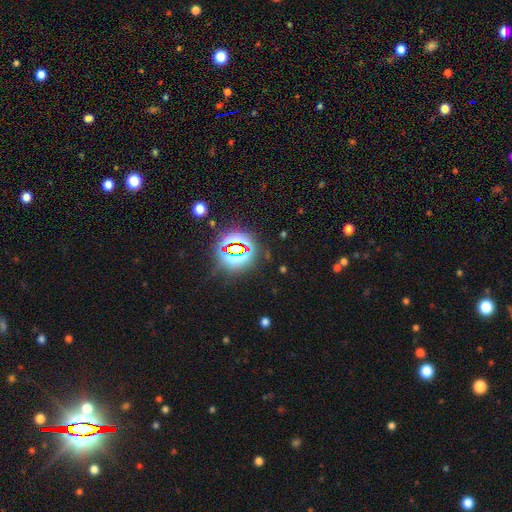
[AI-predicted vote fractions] This appears to be a star or artifact, not a galaxy (81%).